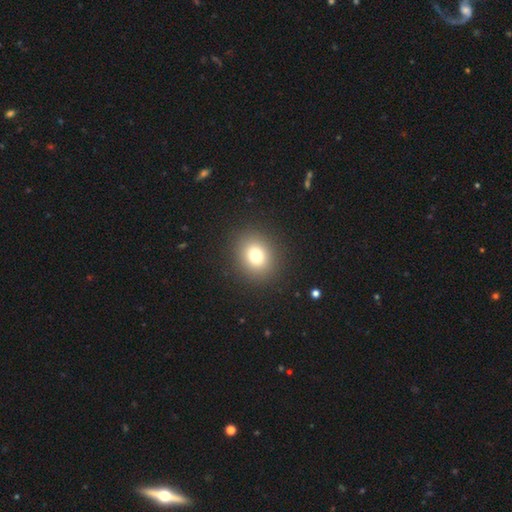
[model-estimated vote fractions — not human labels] smooth 77%, star or artifact 13%, featured or disk 10%. Down the decision tree: how rounded — round (69%); merging — none (90%).